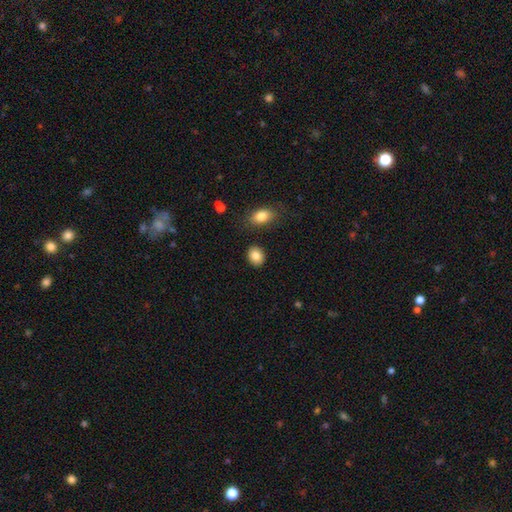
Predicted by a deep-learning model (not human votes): smooth 85%, star or artifact 8%, featured or disk 6%. Down the decision tree: how rounded — round (51%); merging — none (87%).